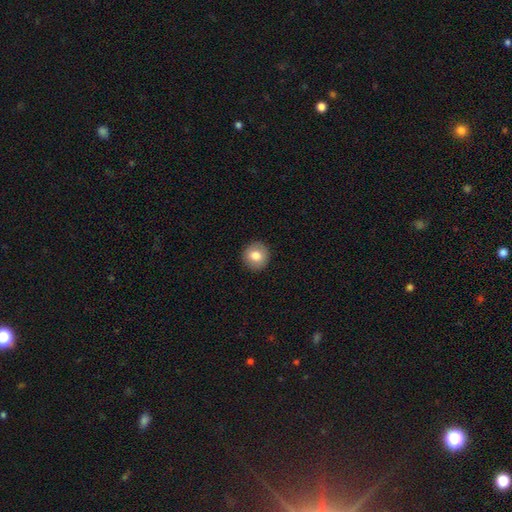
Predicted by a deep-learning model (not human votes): Overall: smooth (79%). How rounded: round (93%). Merging: none (92%).